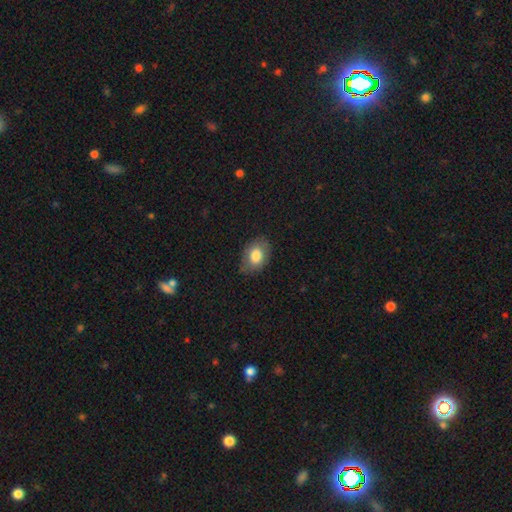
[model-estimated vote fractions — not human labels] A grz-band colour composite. It shows a smooth galaxy with no disk features (80%) that is in between round and cigar-shaped (80%). Merging: none (78%).